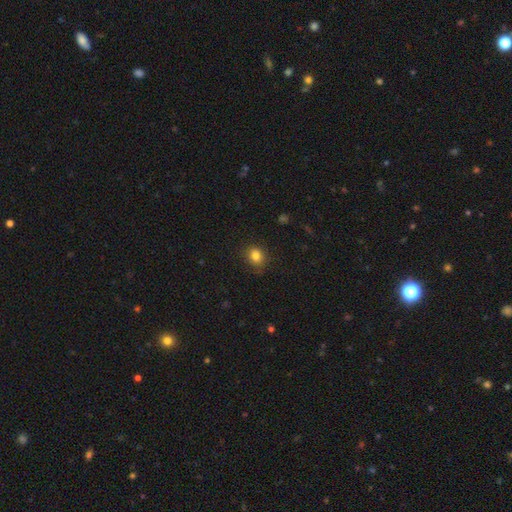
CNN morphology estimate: A smooth galaxy with no disk features (83%) that is round (71%). Merging: none (84%).